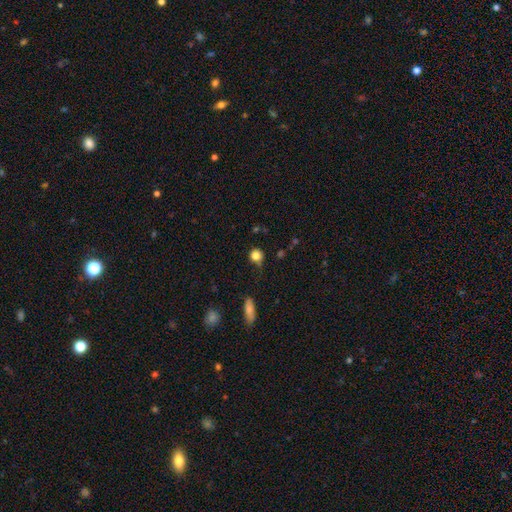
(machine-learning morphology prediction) A smooth galaxy with no disk features (82%) that is round (87%). Merging: none (66%).